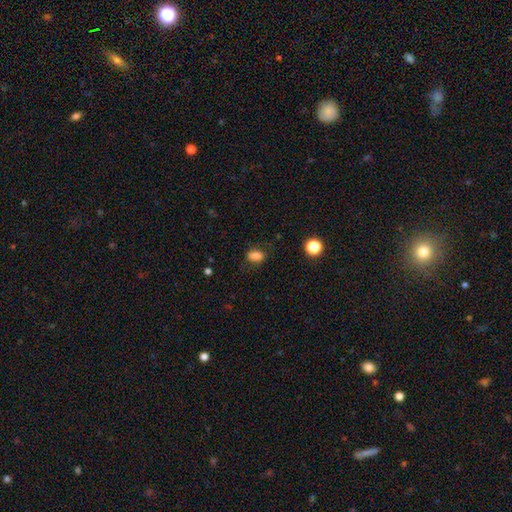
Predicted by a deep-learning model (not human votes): Smooth or featured? smooth (82%)
How rounded? in between (80%)
Merging? none (77%)